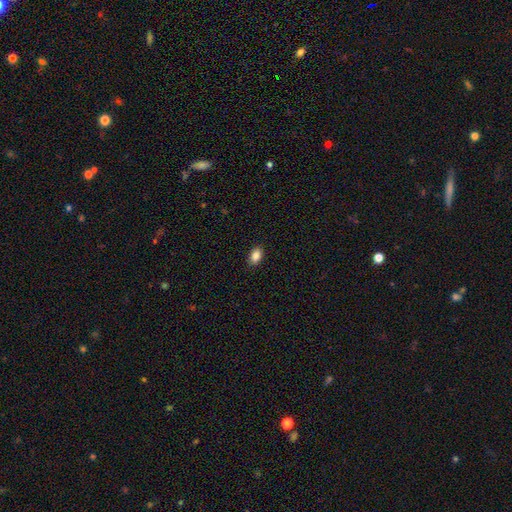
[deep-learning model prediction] Smooth or featured: smooth — 88% (star or artifact — 8%)
How rounded: in between — 90% (round — 9%)
Merging: none — 89% (minor disturbance — 8%)